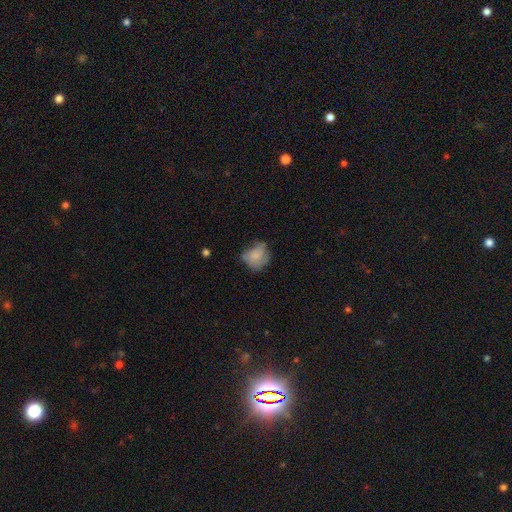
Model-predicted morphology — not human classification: smooth 66%, featured or disk 25%, star or artifact 9%. Down the decision tree: how rounded — round (65%); merging — none (46%).